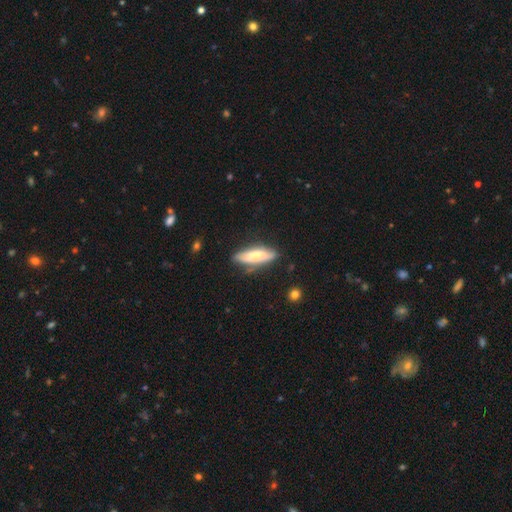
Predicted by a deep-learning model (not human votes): smooth-or-featured: smooth: 57% | featured or disk: 36% | star or artifact: 6%
  how-rounded: cigar-shaped: 54% | in between: 44% | round: 2%
  merging: none: 71% | minor disturbance: 21% | major disturbance: 5% | merger: 3%